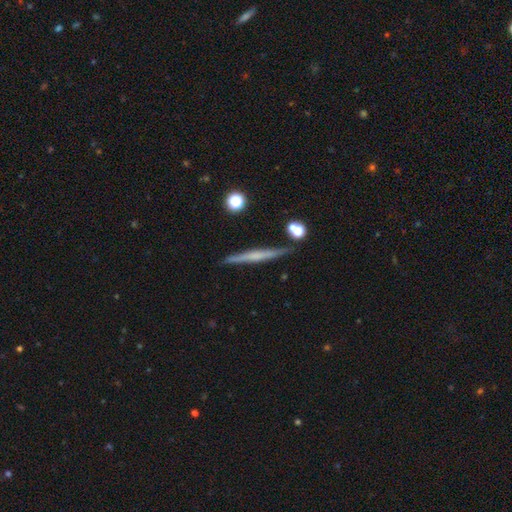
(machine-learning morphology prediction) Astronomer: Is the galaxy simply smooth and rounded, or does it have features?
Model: featured or disk — 58% (runner-up: smooth, 34%).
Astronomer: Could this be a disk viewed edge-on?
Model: yes — 97%.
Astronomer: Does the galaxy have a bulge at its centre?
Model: none — 60%.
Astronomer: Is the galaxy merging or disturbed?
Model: none — 87%.